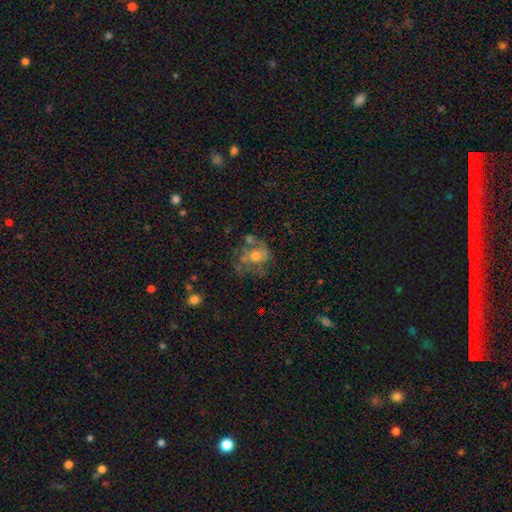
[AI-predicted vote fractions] A featured or disk galaxy (55%) with no bar (78%), spiral arms (53%) and a moderate central bulge (69%). Merging: none (47%).